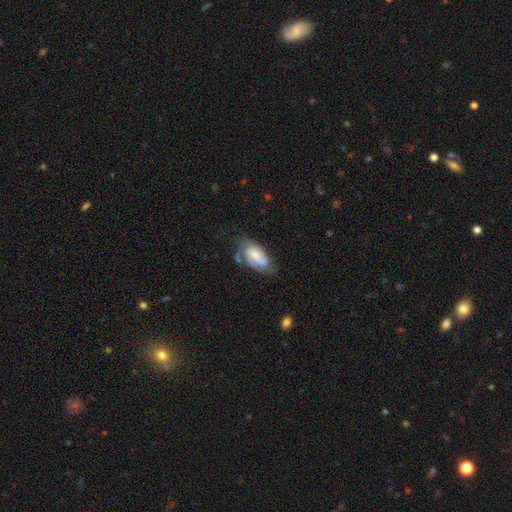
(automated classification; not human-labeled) Smooth or featured? Predicted: featured or disk (p=0.65). Edge-on disk? Predicted: no (p=0.95). Bar? Predicted: no (p=0.49). Spiral arms? Predicted: yes (p=0.90). Spiral winding? Predicted: tight (p=0.44). Spiral arm count? Predicted: 2 (p=0.55). Bulge size? Predicted: small (p=0.42). Merging? Predicted: none (p=0.52).